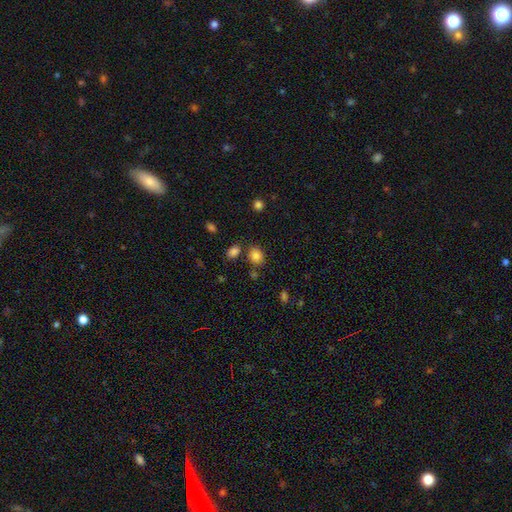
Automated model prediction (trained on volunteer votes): Smooth or featured? smooth (83%)
How rounded? in between (50%)
Merging? none (73%)